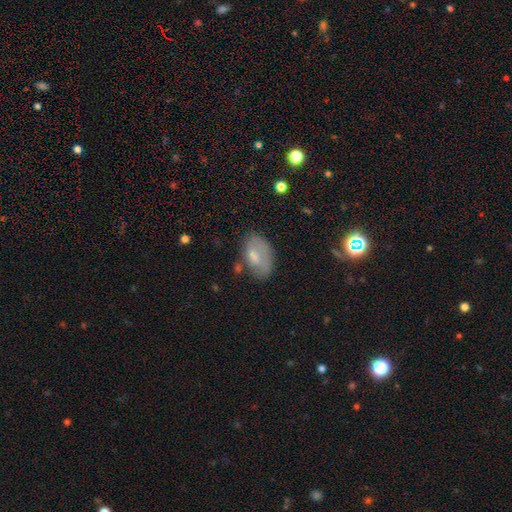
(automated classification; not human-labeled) A smooth galaxy with no disk features (68%) that is in between round and cigar-shaped (90%).

Vote fractions:
- Smooth or featured? smooth: 68% / featured or disk: 23% / star or artifact: 9%
- How rounded? in between: 90% / round: 8% / cigar-shaped: 2%
- Merging? none: 55% / minor disturbance: 29% / major disturbance: 12% / merger: 4%